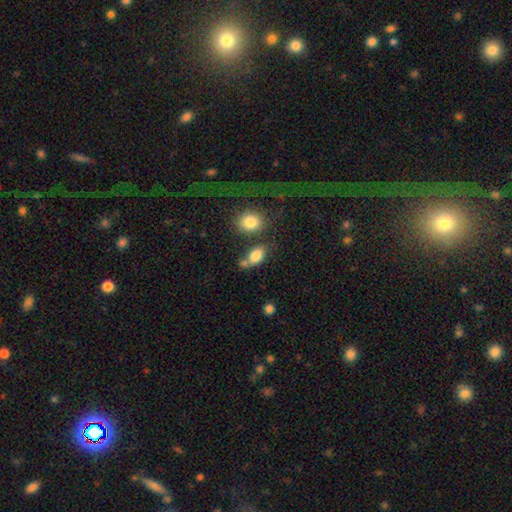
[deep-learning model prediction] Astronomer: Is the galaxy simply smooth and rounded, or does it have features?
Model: smooth — 82%.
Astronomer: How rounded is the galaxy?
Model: in between — 83%.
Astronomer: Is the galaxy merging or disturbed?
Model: none — 49% (runner-up: merger, 27%).